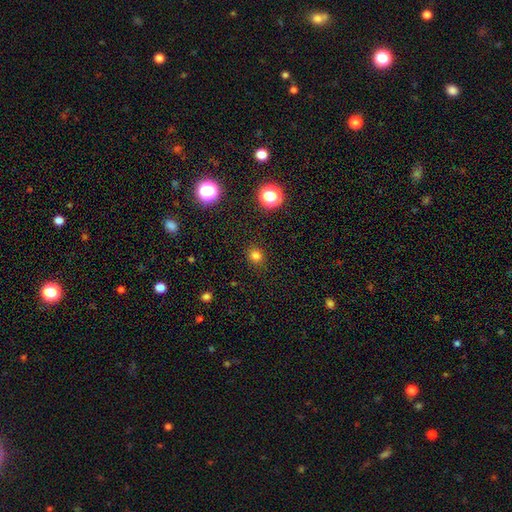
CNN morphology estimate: A smooth galaxy with no disk features (79%) that is round (83%). Merging: none (89%).